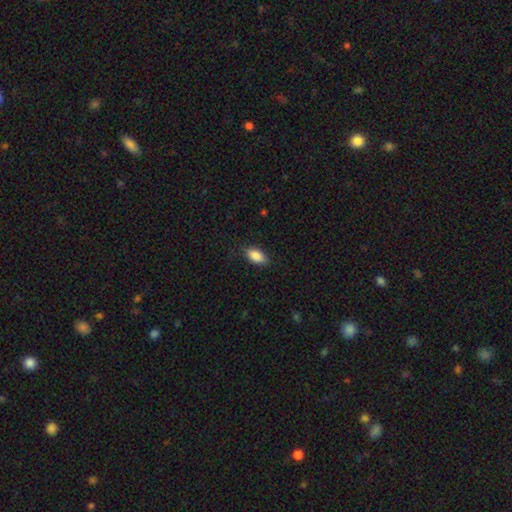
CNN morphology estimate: smooth_or_featured: smooth (p=0.87) [alt: star or artifact p=0.07]
how_rounded: in between (p=0.90) [alt: cigar-shaped p=0.07]
merging: none (p=0.84) [alt: minor disturbance p=0.13]